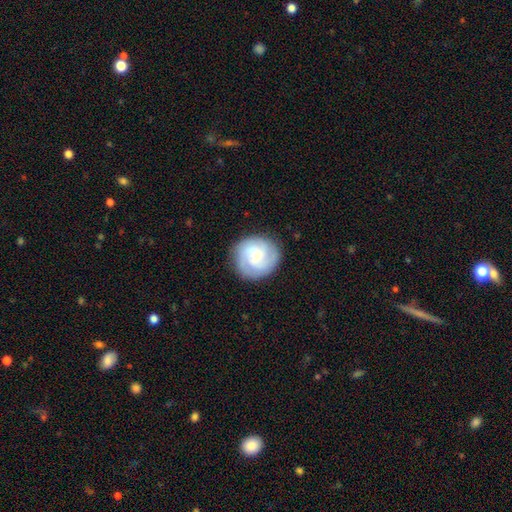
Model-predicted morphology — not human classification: This appears to be a featured or disk galaxy (69%) with no bar (51%), 3 (44%) tight (52%) spiral arms (95%) and a small central bulge (57%). Merging: none (84%).